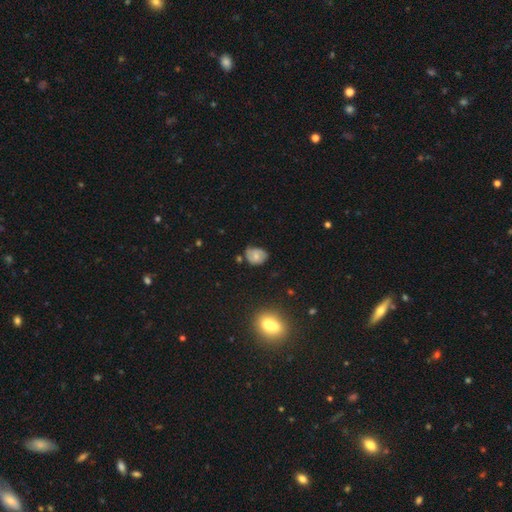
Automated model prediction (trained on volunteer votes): This is possibly a smooth galaxy (52%). How rounded: possibly in between (55%). Merging: possibly none (55%).